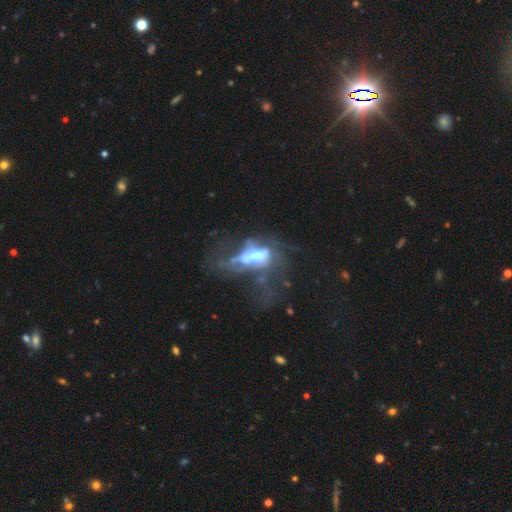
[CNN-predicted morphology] The model was most divided on "bulge size": moderate: 39%, large: 28%, small: 17%, none: 10%, dominant: 6%. More confident: edge-on disk — no (89%); spiral arms — no (77%); smooth or featured — featured or disk (59%); bar — no (52%); merging — major disturbance (51%).